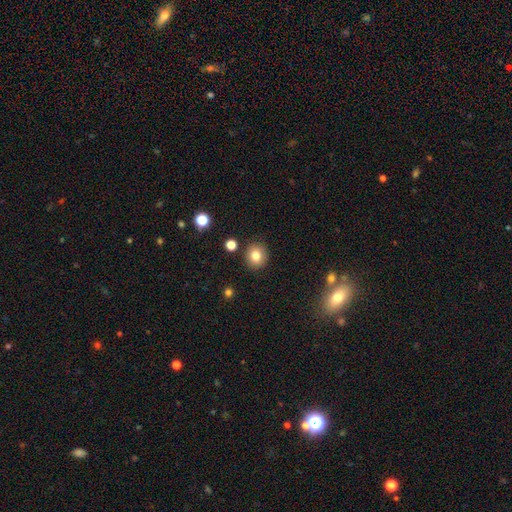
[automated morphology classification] This appears to be a smooth galaxy with no disk features (80%) that is round (81%). Merging: none (88%).